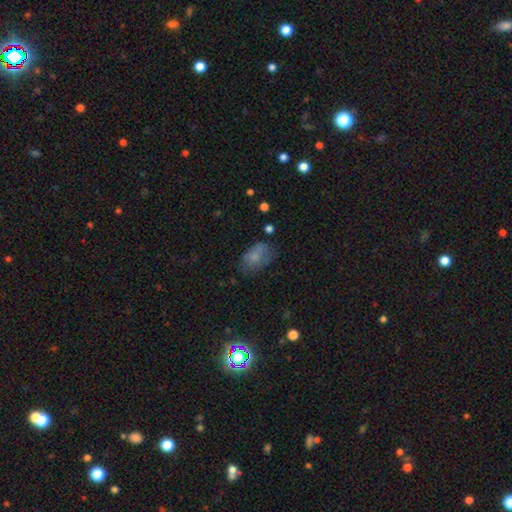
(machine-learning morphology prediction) Q: Smooth or featured?
A: smooth (68%); runner-up: featured or disk (21%)
Q: How rounded?
A: in between (89%); runner-up: round (9%)
Q: Merging?
A: none (51%); runner-up: minor disturbance (29%)